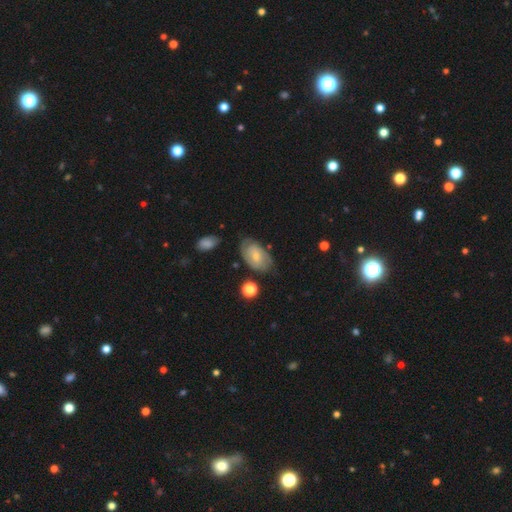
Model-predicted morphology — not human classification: smooth-or-featured: featured or disk: 47% | smooth: 46% | star or artifact: 7%
  merging: none: 66% | minor disturbance: 23% | major disturbance: 7% | merger: 4%